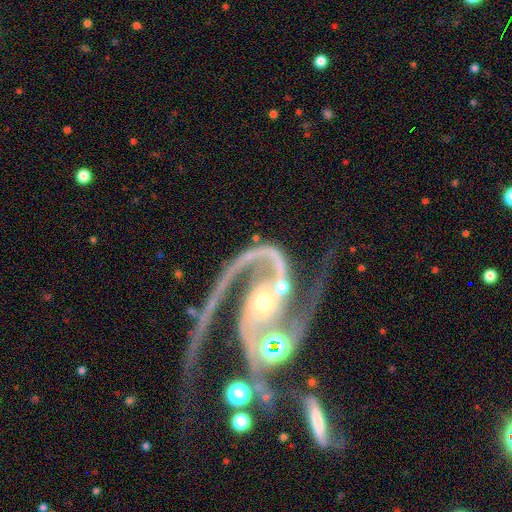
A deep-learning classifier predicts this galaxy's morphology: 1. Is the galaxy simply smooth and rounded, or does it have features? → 92% featured or disk, 5% star or artifact, 3% smooth.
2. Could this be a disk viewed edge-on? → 98% no, 2% yes.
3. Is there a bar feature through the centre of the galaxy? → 62% no, 21% weak, 17% strong.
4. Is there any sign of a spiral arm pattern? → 98% yes, 2% no.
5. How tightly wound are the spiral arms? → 52% medium, 27% loose, 21% tight.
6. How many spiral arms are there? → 86% 2, 4% 1, 3% 3, 3% can't tell, 2% 4, 2% more than 4.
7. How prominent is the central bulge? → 66% small, 28% moderate, 2% none, 2% large, 1% dominant.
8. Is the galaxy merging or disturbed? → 33% none, 28% major disturbance, 23% merger, 16% minor disturbance.